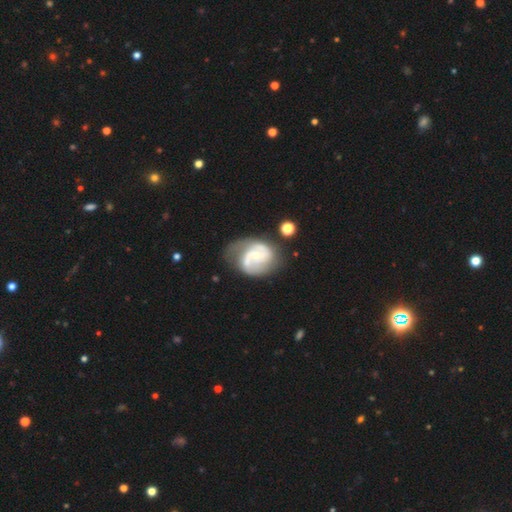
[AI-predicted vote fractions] Smooth or featured?
  - featured or disk: 82% *
  - smooth: 13%
  - star or artifact: 6%
Edge-on disk?
  - no: 98% *
  - yes: 2%
Bar?
  - no: 43% * (tied)
  - weak: 43% * (tied)
  - strong: 15%
Spiral arms?
  - yes: 93% *
  - no: 7%
Spiral winding?
  - medium: 49% *
  - loose: 28%
  - tight: 23%
Spiral arm count?
  - 2: 77% *
  - can't tell: 10%
  - 1: 7%
  - 3: 4%
  - 4: 1%
  - more than 4: 1%
Bulge size?
  - small: 65% *
  - moderate: 29%
  - none: 3%
  - large: 2%
  - dominant: 1%
Merging?
  - none: 50% *
  - minor disturbance: 26%
  - major disturbance: 19%
  - merger: 6%